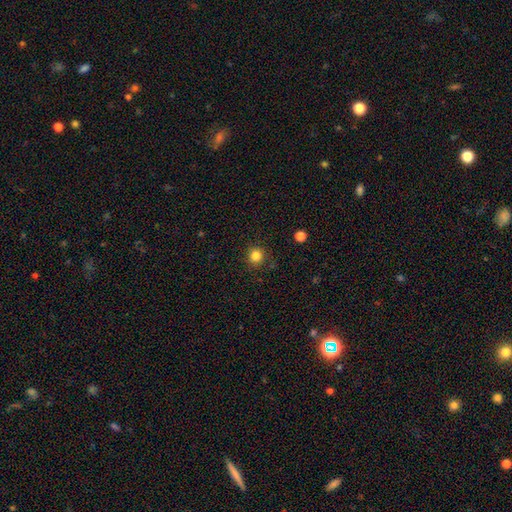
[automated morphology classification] Smooth or featured? smooth (83%)
How rounded? round (94%)
Merging? none (89%)